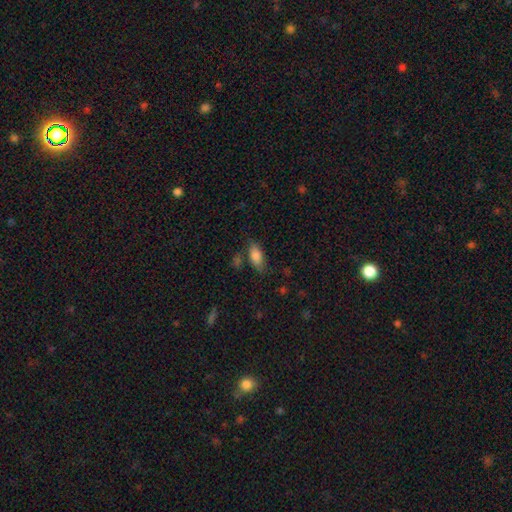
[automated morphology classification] Smooth or featured? Predicted: smooth (p=0.81). How rounded? Predicted: in between (p=0.85). Merging? Predicted: none (p=0.68).